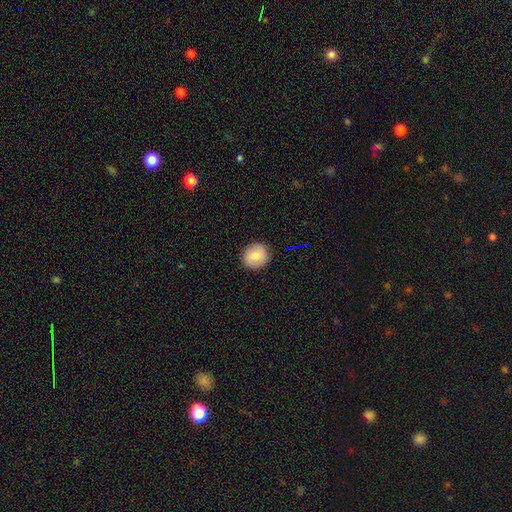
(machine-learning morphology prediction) Overall: smooth (80%). How rounded: round (85%). Merging: none (90%).